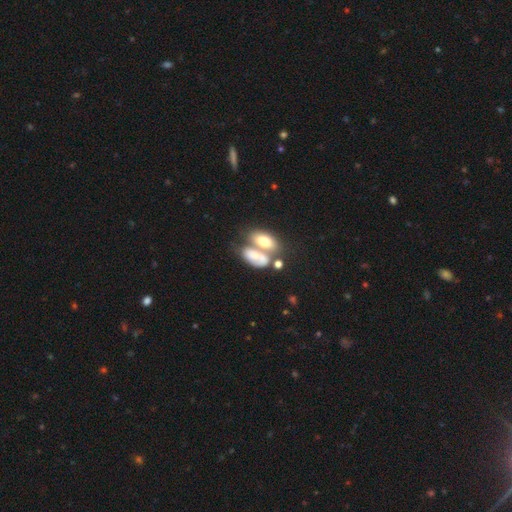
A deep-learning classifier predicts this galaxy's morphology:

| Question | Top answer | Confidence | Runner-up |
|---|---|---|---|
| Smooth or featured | smooth | 61% | featured or disk (31%) |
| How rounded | in between | 89% | round (7%) |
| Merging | merger | 61% | none (22%) |